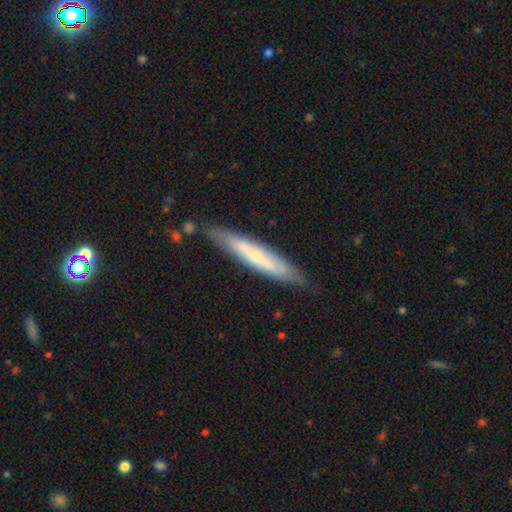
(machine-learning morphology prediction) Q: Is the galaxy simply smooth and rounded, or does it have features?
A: featured or disk — 47%, tied with smooth.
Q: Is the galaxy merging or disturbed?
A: none — 81%.